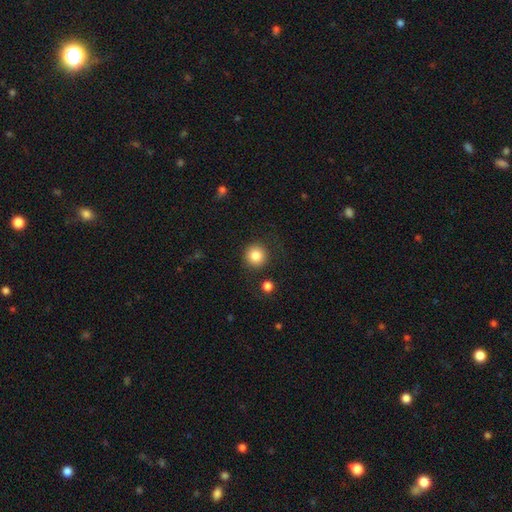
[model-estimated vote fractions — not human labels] This is clearly a smooth galaxy (84%). How rounded: clearly round (94%). Merging: clearly none (86%).